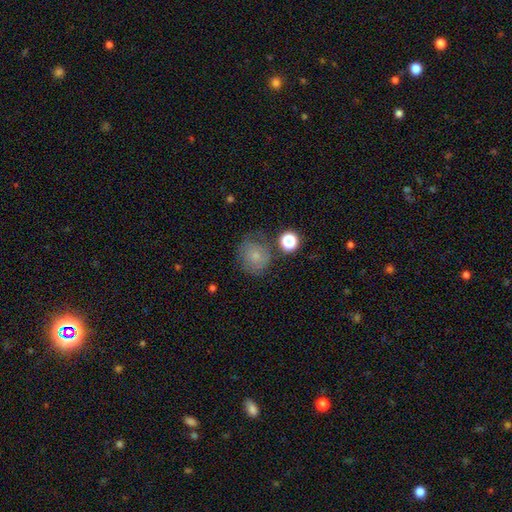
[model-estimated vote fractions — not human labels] This appears to be a smooth galaxy with no disk features (71%) that is round (77%). Merging: none (60%).